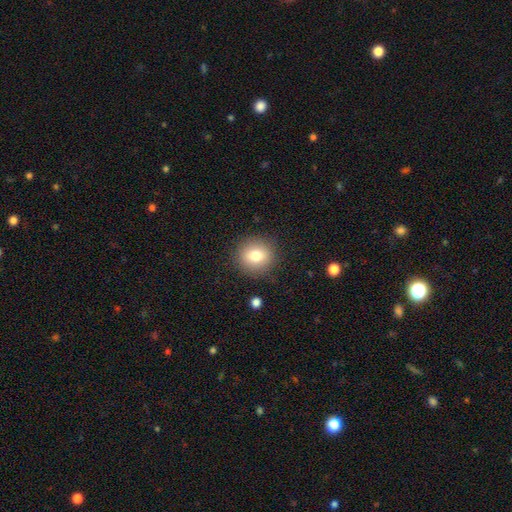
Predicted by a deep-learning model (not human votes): A smooth galaxy with no disk features (79%) that is round (89%). Merging: none (88%).